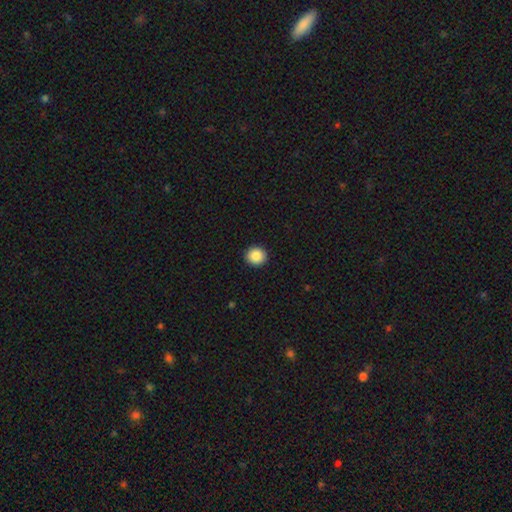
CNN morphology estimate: This appears to be a smooth galaxy with no disk features (88%) that is round (88%). Merging: none (92%).